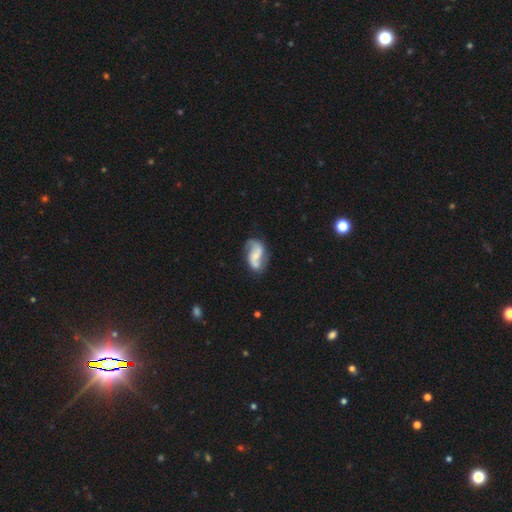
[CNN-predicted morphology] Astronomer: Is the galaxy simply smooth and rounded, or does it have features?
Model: featured or disk — 74%.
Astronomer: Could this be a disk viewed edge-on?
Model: no — 97%.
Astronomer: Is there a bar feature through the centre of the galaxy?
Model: no — 44% (runner-up: weak, 39%).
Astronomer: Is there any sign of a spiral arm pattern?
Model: yes — 91%.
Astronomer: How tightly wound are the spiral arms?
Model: loose — 56% (runner-up: medium, 33%).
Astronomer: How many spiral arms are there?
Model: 2 — 87%.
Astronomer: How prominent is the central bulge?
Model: small — 43% (runner-up: moderate, 26%).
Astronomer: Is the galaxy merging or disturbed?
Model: none — 58%.